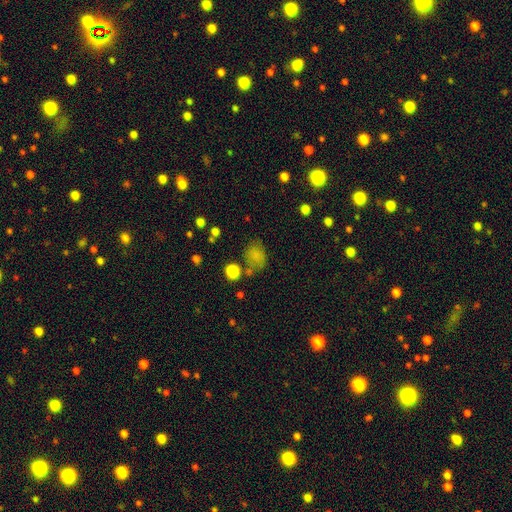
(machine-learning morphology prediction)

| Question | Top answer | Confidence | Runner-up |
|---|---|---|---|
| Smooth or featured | smooth | 77% | star or artifact (15%) |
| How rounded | in between | 58% | round (41%) |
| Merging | none | 60% | minor disturbance (21%) |